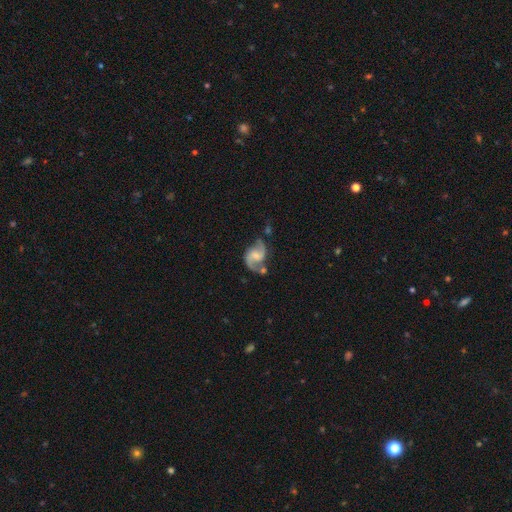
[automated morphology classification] Overall: featured or disk (87%). Edge-on disk: no (98%). Bar: weak (44%, tied with no). Spiral arms: yes (97%). Spiral arm count: 2 (92%). Spiral winding: medium (47%; loose 43%). Bulge size: small (50%; moderate 34%). Merging: none (60%).